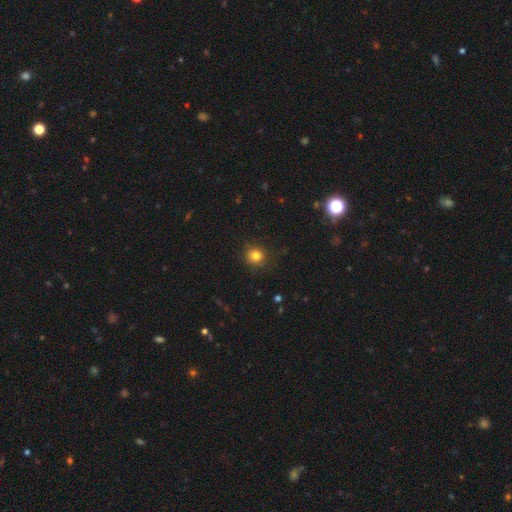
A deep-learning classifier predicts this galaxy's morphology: Smooth or featured?
  - smooth: 81% *
  - star or artifact: 14%
  - featured or disk: 5%
How rounded?
  - round: 92% *
  - in between: 7%
  - cigar-shaped: 1%
Merging?
  - none: 89% *
  - minor disturbance: 8%
  - major disturbance: 2%
  - merger: 1%